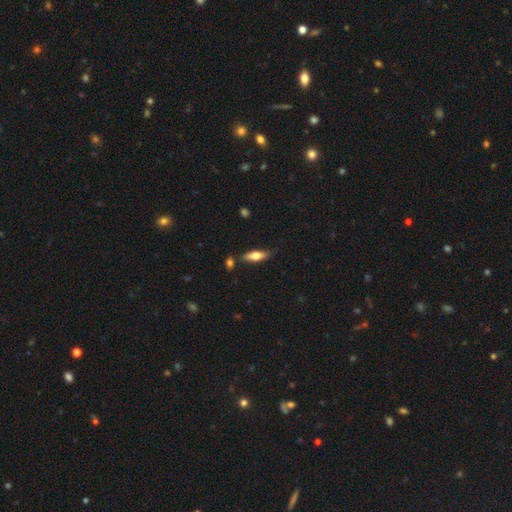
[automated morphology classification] smooth_or_featured: smooth (p=0.67) [alt: featured or disk p=0.27]
how_rounded: in between (p=0.55) [alt: cigar-shaped p=0.42]
merging: none (p=0.67) [alt: minor disturbance p=0.22]